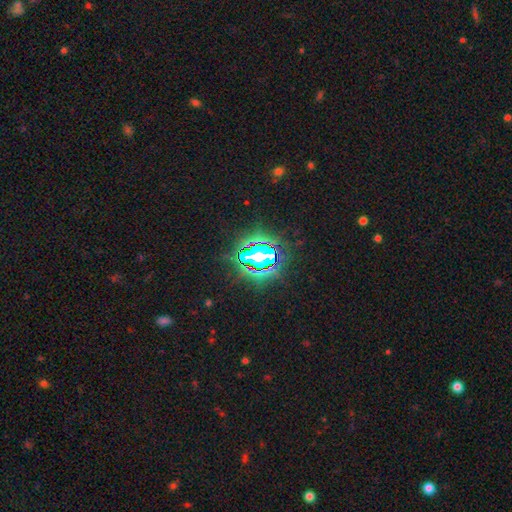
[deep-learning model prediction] smooth_or_featured: star or artifact (p=0.82) [alt: smooth p=0.12]